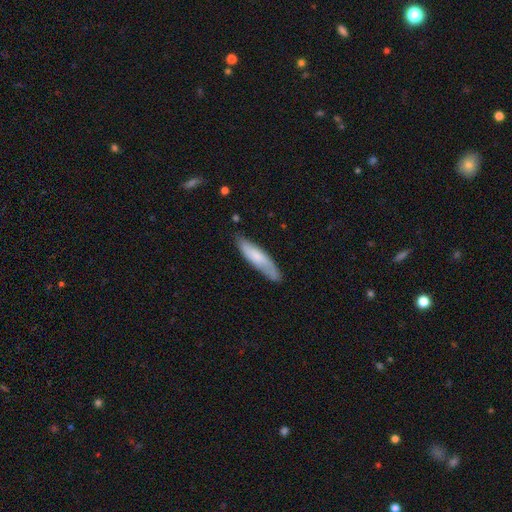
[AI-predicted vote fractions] Morphology: type=smooth (65%); roundness=cigar-shaped (77%); merging=none (76%).